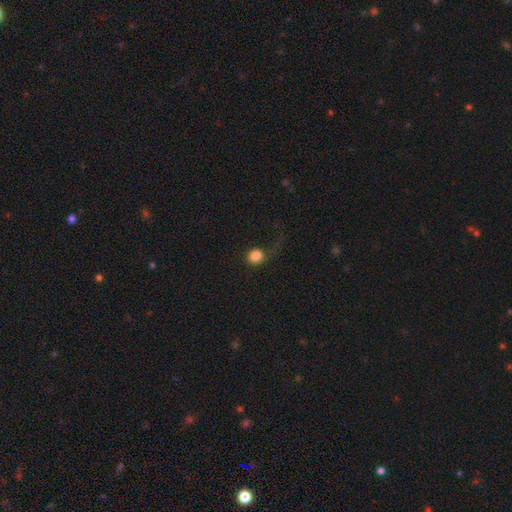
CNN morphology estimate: A smooth galaxy with no disk features (83%) that is round (79%). Merging: none (43%).